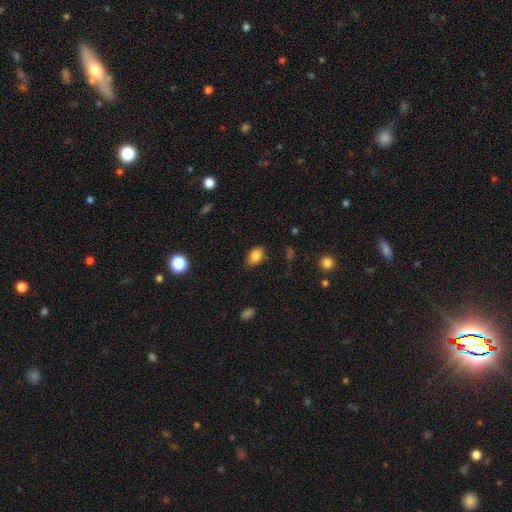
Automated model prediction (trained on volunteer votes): This is clearly a smooth galaxy (84%). How rounded: clearly in between (82%). Merging: likely none (78%).